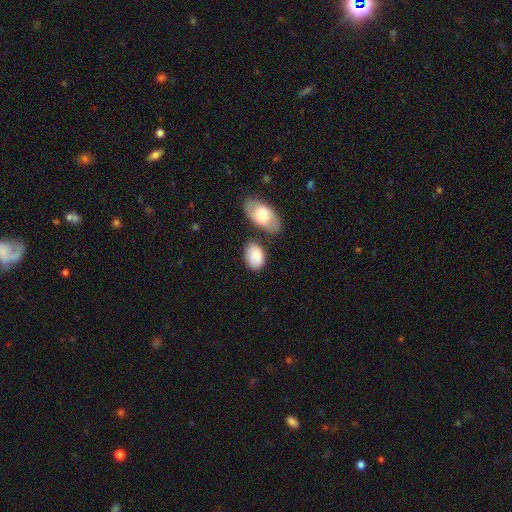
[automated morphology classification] type=smooth (83%); roundness=in between (89%); merging=none (61%).